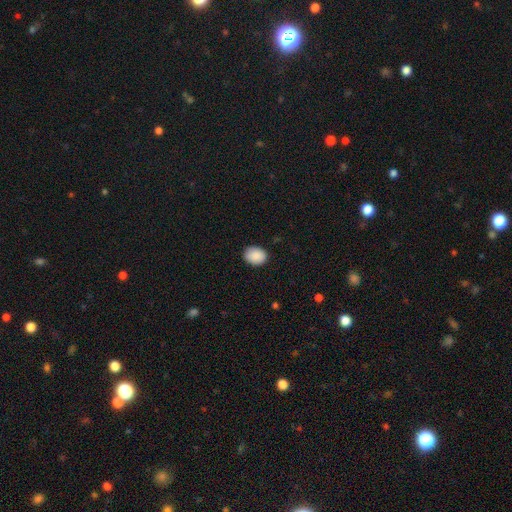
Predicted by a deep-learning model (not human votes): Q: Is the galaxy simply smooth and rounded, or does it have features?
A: smooth — 90%.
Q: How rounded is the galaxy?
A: in between — 62%.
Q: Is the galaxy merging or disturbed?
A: none — 88%.